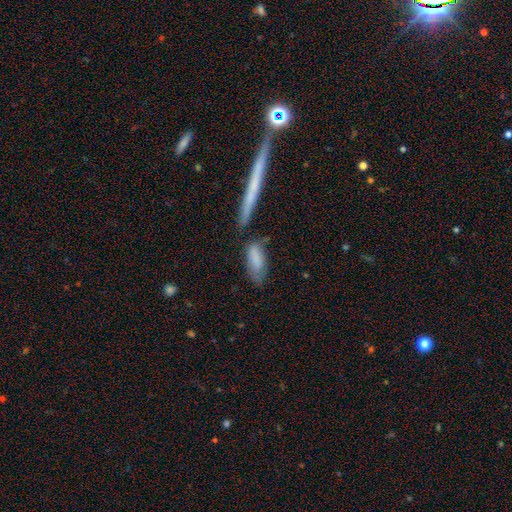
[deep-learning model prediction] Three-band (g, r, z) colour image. It shows a smooth galaxy with no disk features (75%) that is in between round and cigar-shaped (61%). Merging: none (55%).